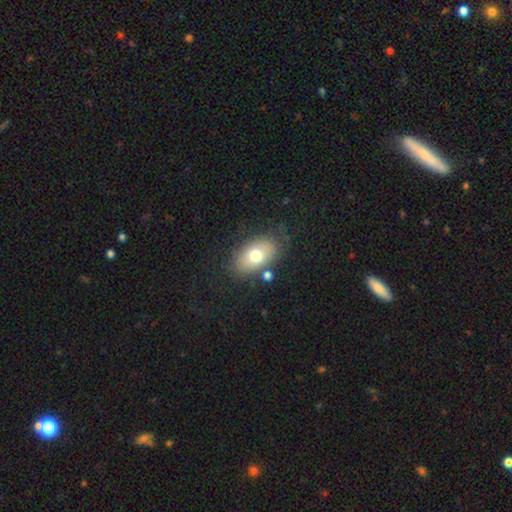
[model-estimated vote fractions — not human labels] Smooth or featured: smooth — 70% (featured or disk — 21%)
How rounded: in between — 87% (round — 11%)
Merging: none — 75% (minor disturbance — 14%)